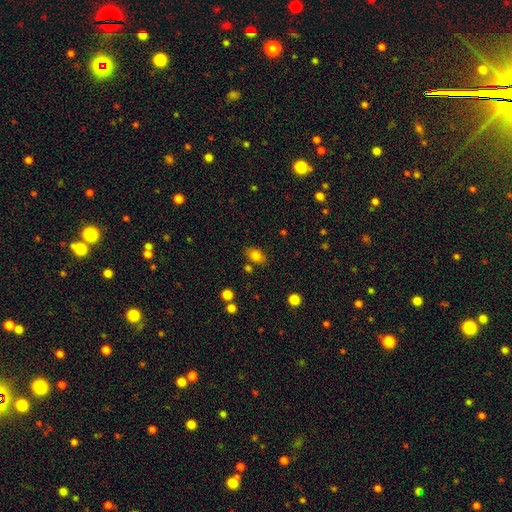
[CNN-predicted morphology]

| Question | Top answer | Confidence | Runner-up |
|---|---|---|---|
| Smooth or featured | smooth | 81% | star or artifact (11%) |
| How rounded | in between | 81% | round (17%) |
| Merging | none | 76% | minor disturbance (14%) |